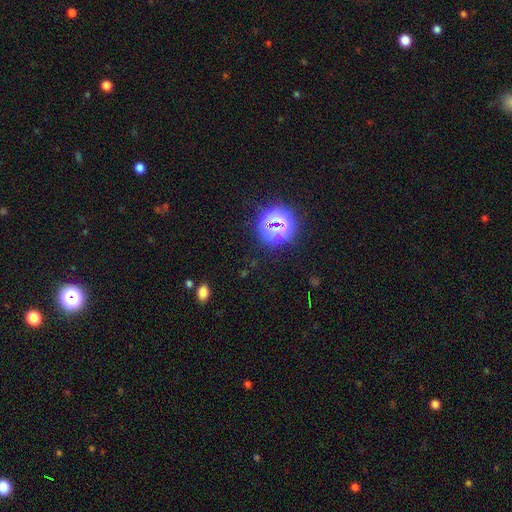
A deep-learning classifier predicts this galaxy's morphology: type=star or artifact (79%).